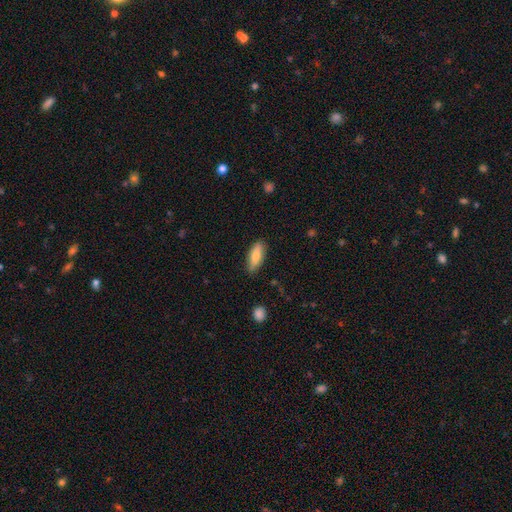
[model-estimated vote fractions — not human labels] Smooth or featured: smooth — 74% (featured or disk — 20%)
How rounded: in between — 67% (cigar-shaped — 31%)
Merging: none — 85% (minor disturbance — 12%)